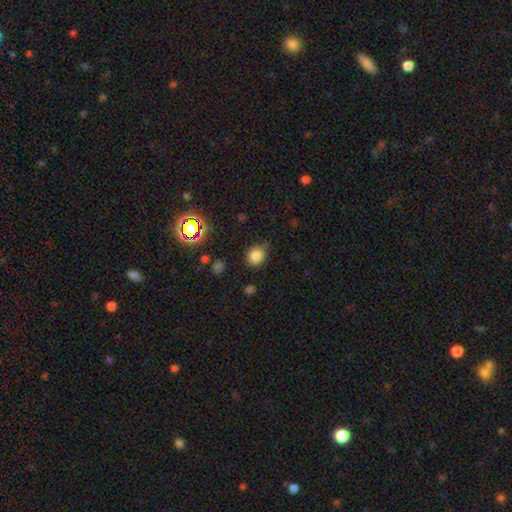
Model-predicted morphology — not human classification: Smooth or featured: smooth — 80% (star or artifact — 14%)
How rounded: round — 70% (in between — 29%)
Merging: none — 74% (minor disturbance — 19%)